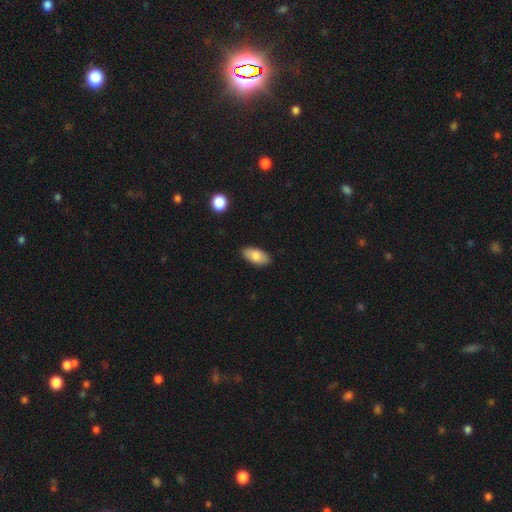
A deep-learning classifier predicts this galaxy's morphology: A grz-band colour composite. It shows a smooth galaxy with no disk features (82%) that is in between round and cigar-shaped (92%). Merging: none (88%).